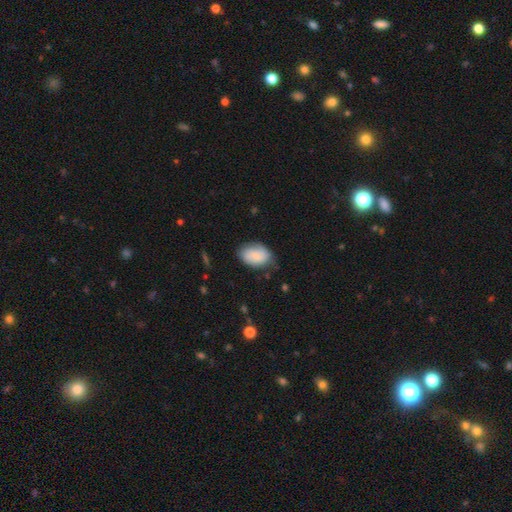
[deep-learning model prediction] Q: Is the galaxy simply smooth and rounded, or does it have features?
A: smooth — 79%.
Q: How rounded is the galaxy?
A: in between — 83%.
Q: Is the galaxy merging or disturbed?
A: none — 64%.